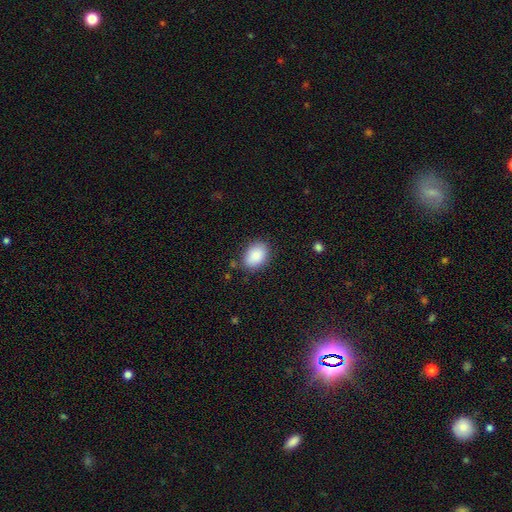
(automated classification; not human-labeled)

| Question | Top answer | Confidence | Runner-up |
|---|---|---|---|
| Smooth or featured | smooth | 86% | star or artifact (7%) |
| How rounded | in between | 74% | round (25%) |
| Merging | none | 82% | minor disturbance (13%) |